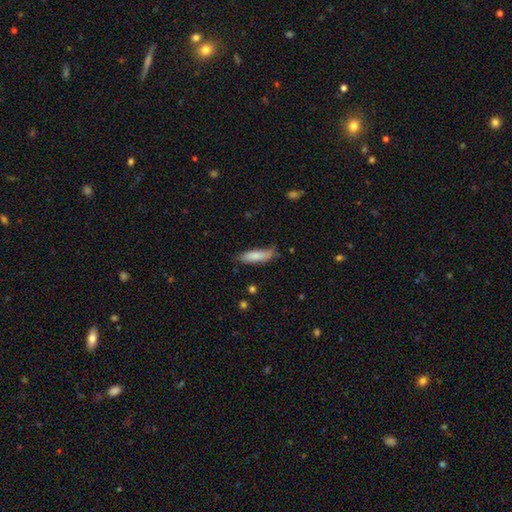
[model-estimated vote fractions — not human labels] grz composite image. It shows a smooth galaxy with no disk features (81%) that is cigar-shaped (62%). Merging: none (67%).